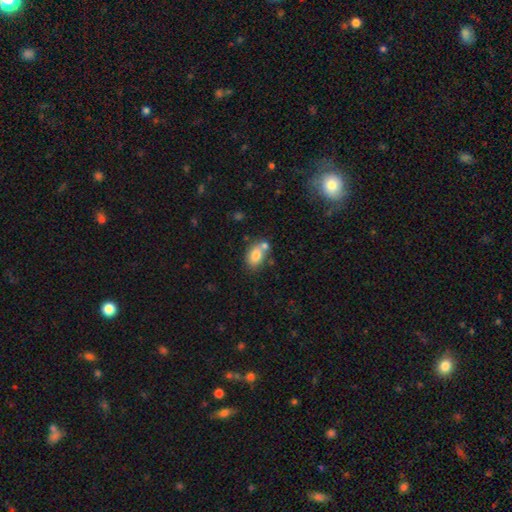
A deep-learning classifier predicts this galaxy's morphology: A smooth galaxy with no disk features (78%) that is in between round and cigar-shaped (80%).

Vote fractions:
- Smooth or featured? smooth: 78% / featured or disk: 13% / star or artifact: 9%
- How rounded? in between: 80% / round: 19% / cigar-shaped: 1%
- Merging? none: 54% / merger: 27% / minor disturbance: 15% / major disturbance: 4%